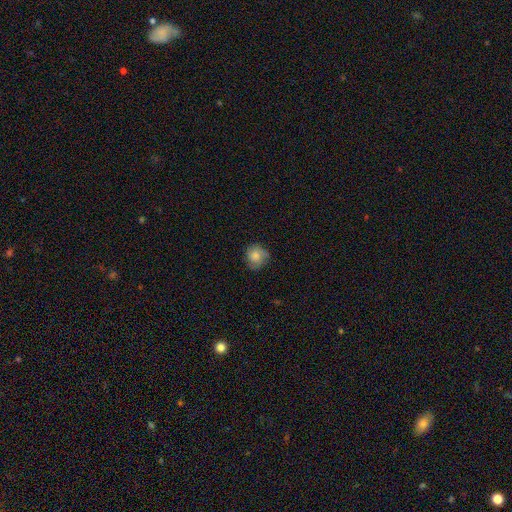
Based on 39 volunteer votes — smooth 69%, featured or disk 26%, star or artifact 5%. Down the decision tree: how rounded — round (81%); merging — none (81%).